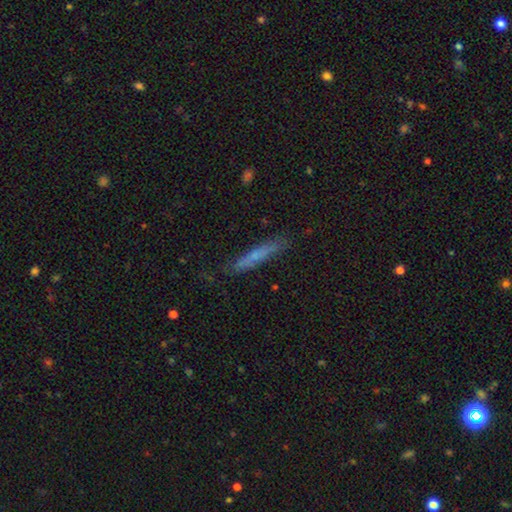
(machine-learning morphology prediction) Smooth or featured? Predicted: smooth (p=0.56). How rounded? Predicted: cigar-shaped (p=0.93). Merging? Predicted: none (p=0.81).